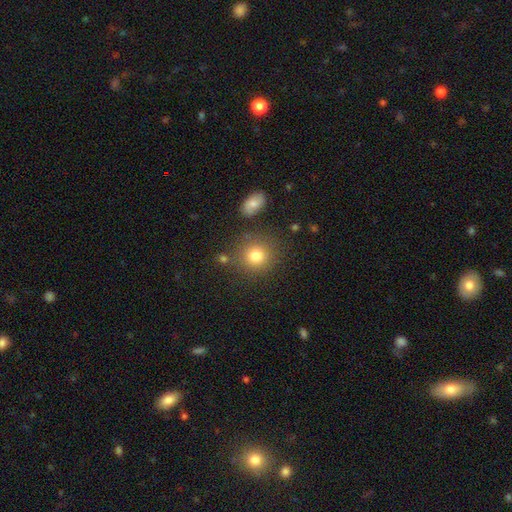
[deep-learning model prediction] Smooth or featured?
  - smooth: 79% *
  - star or artifact: 13%
  - featured or disk: 8%
How rounded?
  - round: 87% *
  - in between: 12%
  - cigar-shaped: 1%
Merging?
  - none: 80% *
  - minor disturbance: 10%
  - merger: 6%
  - major disturbance: 4%